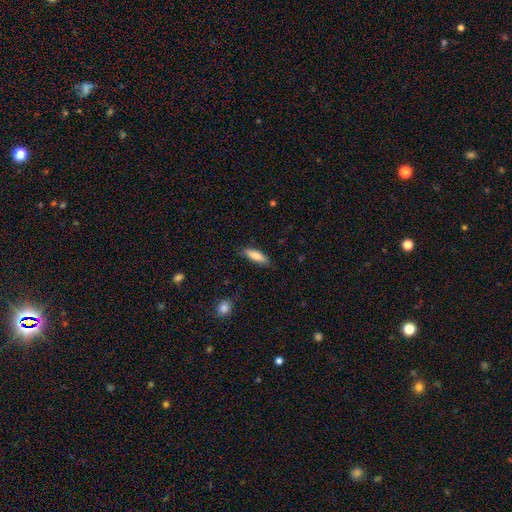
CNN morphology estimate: Smooth or featured?
  - smooth: 81% *
  - featured or disk: 13%
  - star or artifact: 6%
How rounded?
  - cigar-shaped: 56% *
  - in between: 42%
  - round: 2%
Merging?
  - none: 83% *
  - minor disturbance: 13%
  - major disturbance: 2%
  - merger: 1%